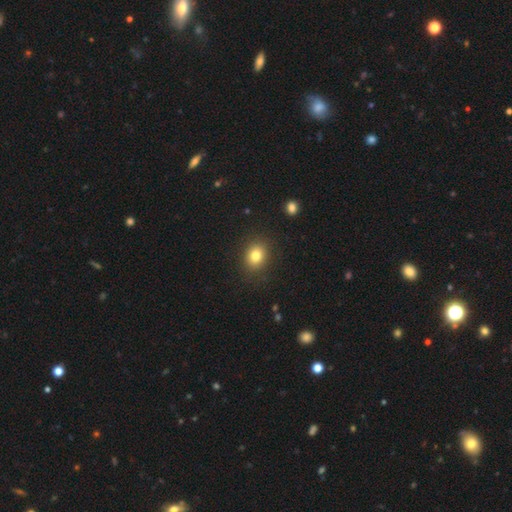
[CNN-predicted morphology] The model was most divided on "how rounded": round: 59%, in between: 40%, cigar-shaped: 1%. More confident: merging — none (87%); smooth or featured — smooth (81%).